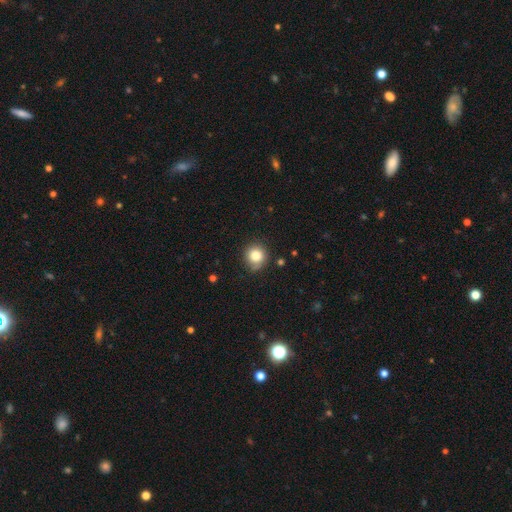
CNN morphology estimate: smooth-or-featured: smooth: 82% | star or artifact: 10% | featured or disk: 7%
  how-rounded: round: 90% | in between: 9% | cigar-shaped: 1%
  merging: none: 76% | minor disturbance: 17% | major disturbance: 4% | merger: 3%